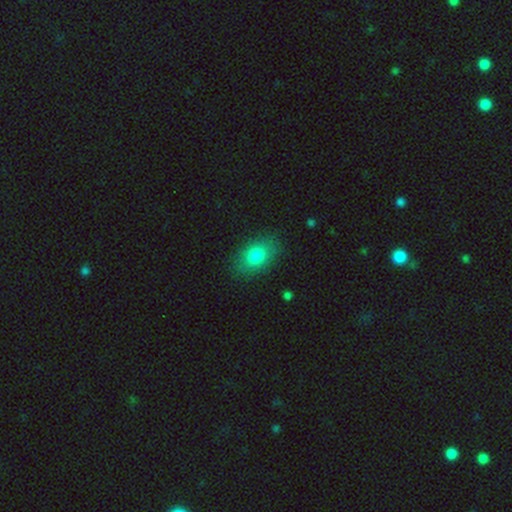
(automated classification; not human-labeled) smooth_or_featured: smooth (p=0.81) [alt: featured or disk p=0.11]
how_rounded: in between (p=0.82) [alt: round p=0.16]
merging: none (p=0.83) [alt: minor disturbance p=0.12]